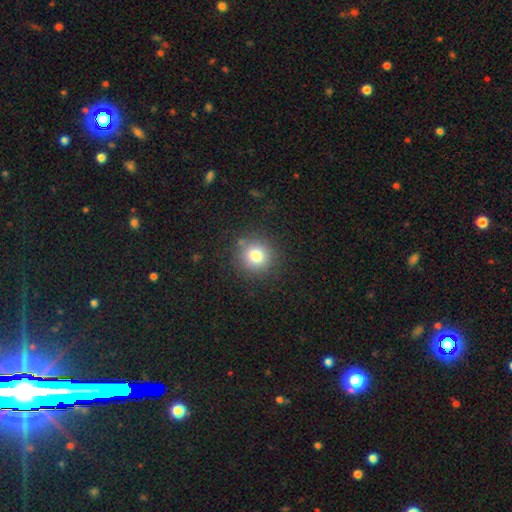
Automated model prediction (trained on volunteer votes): smooth-or-featured: smooth: 78% | star or artifact: 13% | featured or disk: 9%
  how-rounded: round: 92% | in between: 7% | cigar-shaped: 1%
  merging: none: 86% | minor disturbance: 9% | major disturbance: 3% | merger: 2%